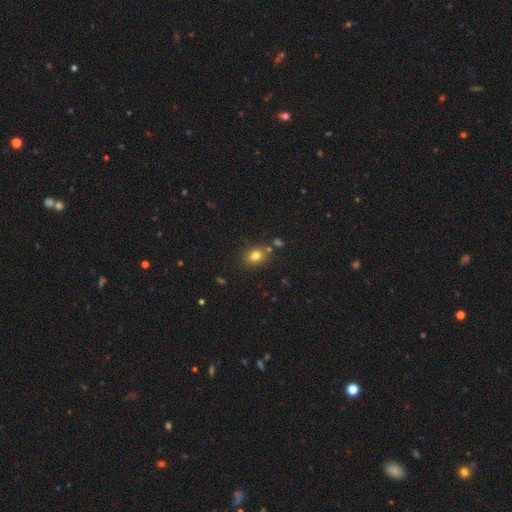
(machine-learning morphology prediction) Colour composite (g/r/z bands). It shows a smooth galaxy with no disk features (78%) that is round (55%). Merging: none (77%).